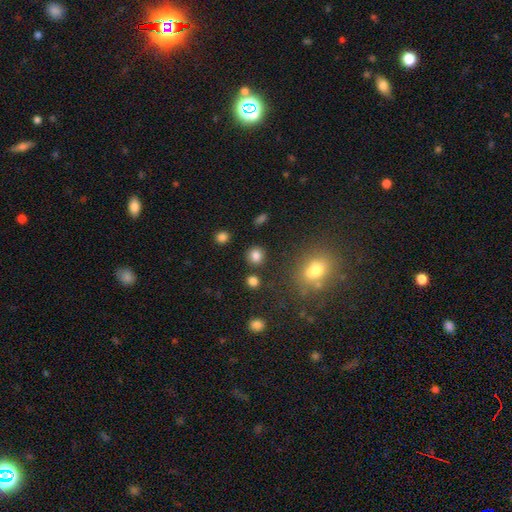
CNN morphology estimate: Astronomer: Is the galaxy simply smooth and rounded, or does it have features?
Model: smooth — 82%.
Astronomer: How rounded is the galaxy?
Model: round — 86%.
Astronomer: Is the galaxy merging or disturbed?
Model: none — 85%.